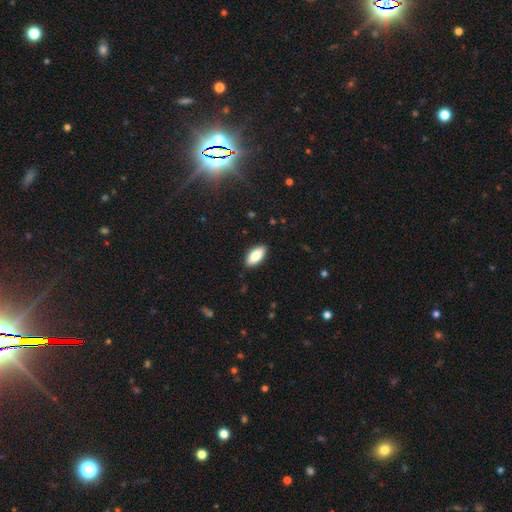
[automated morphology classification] smooth_or_featured: smooth (p=0.85) [alt: featured or disk p=0.09]
how_rounded: in between (p=0.89) [alt: cigar-shaped p=0.09]
merging: none (p=0.88) [alt: minor disturbance p=0.09]